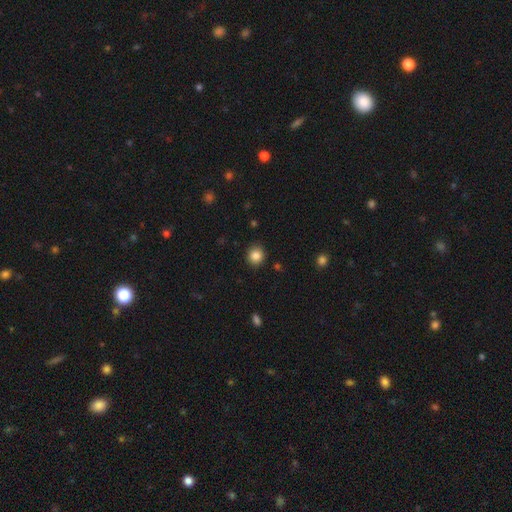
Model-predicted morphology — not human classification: smooth_or_featured: smooth (p=0.86) [alt: star or artifact p=0.10]
how_rounded: round (p=0.86) [alt: in between p=0.13]
merging: none (p=0.90) [alt: minor disturbance p=0.07]